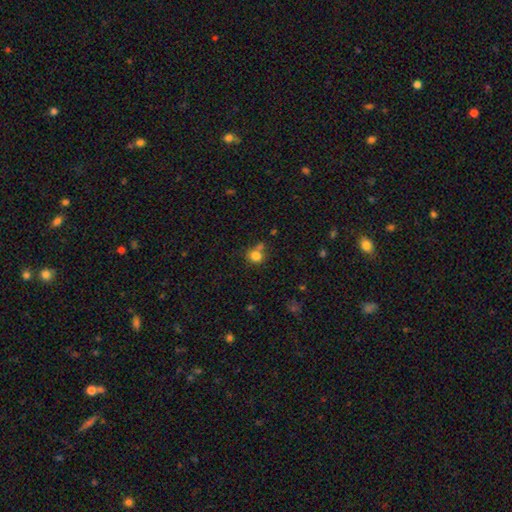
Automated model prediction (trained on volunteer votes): A smooth galaxy with no disk features (81%) that is round (79%). Merging: none (59%).